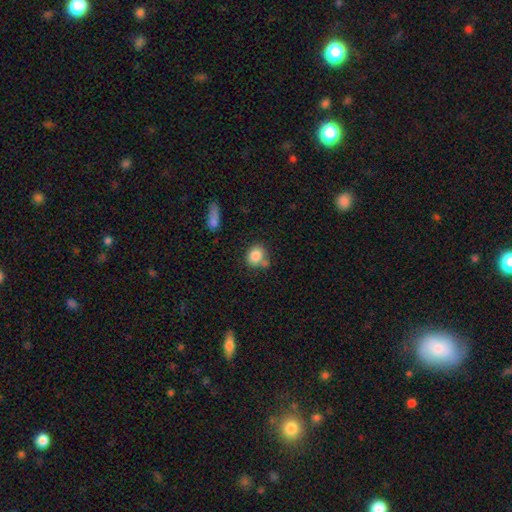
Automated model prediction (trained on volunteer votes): Morphology: type=smooth (84%); roundness=round (65%); merging=none (60%).